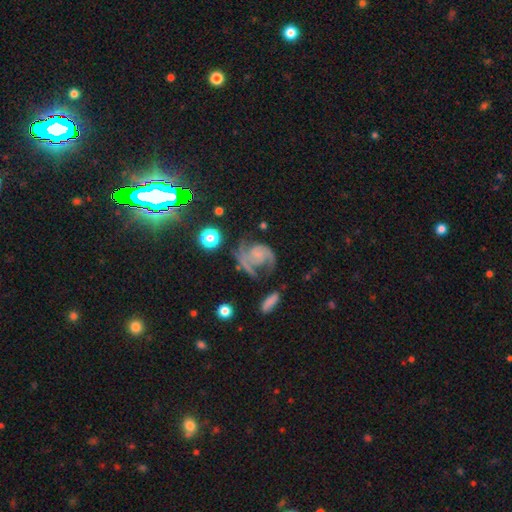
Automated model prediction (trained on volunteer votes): Q: Smooth or featured?
A: featured or disk (78%); runner-up: smooth (13%)
Q: Edge-on disk?
A: no (98%); runner-up: yes (2%)
Q: Bar?
A: no (71%); runner-up: weak (23%)
Q: Spiral arms?
A: yes (93%); runner-up: no (7%)
Q: Spiral winding?
A: medium (46%); runner-up: tight (29%)
Q: Spiral arm count?
A: 2 (75%); runner-up: 1 (9%)
Q: Bulge size?
A: none (46%); runner-up: small (35%)
Q: Merging?
A: none (44%); runner-up: major disturbance (28%)